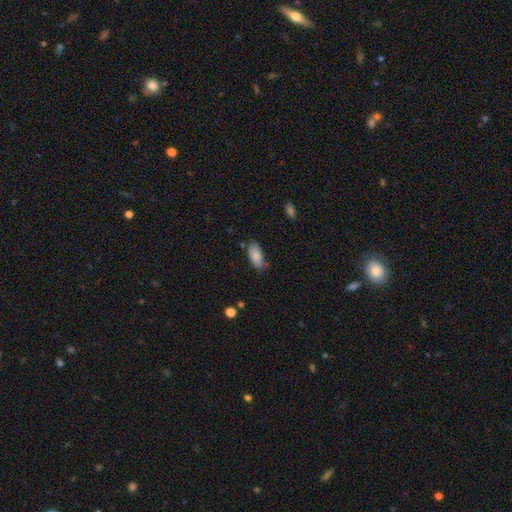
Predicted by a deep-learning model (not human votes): smooth_or_featured: smooth (p=0.85) [alt: featured or disk p=0.08]
how_rounded: in between (p=0.88) [alt: cigar-shaped p=0.10]
merging: none (p=0.68) [alt: minor disturbance p=0.24]